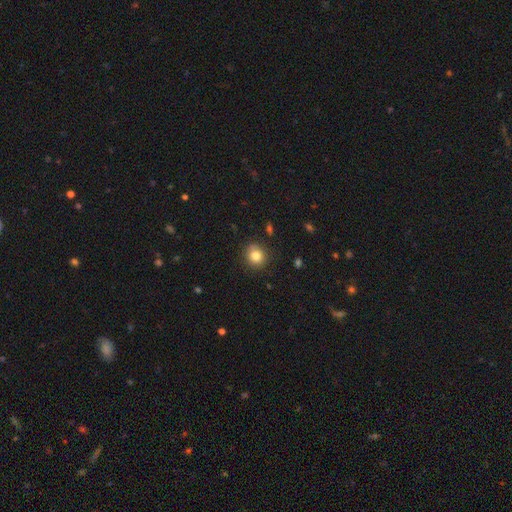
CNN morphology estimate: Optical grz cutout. It shows a smooth galaxy with no disk features (82%) that is round (84%). Merging: none (86%).